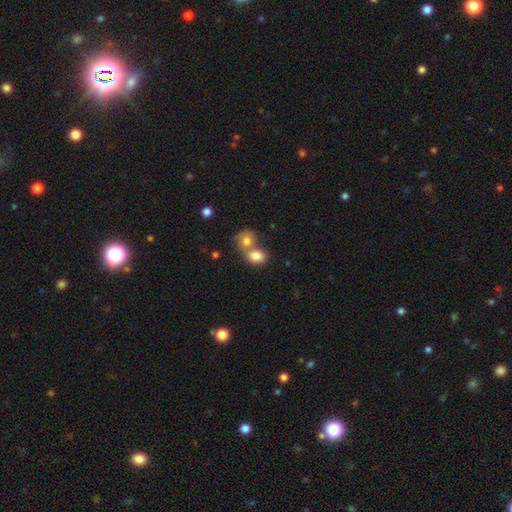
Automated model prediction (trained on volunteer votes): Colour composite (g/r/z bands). It shows a smooth galaxy with no disk features (81%) that is in between round and cigar-shaped (64%). Merging: merger (60%).